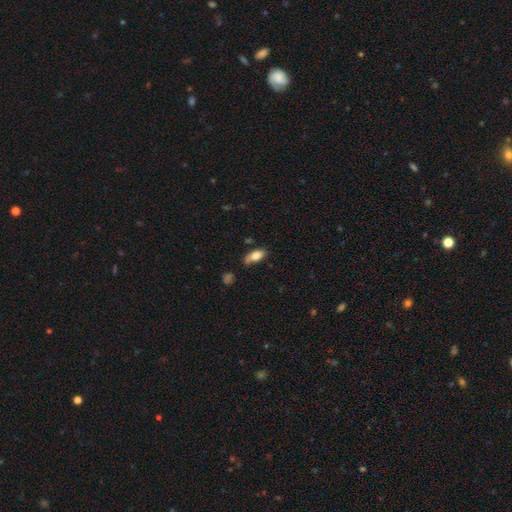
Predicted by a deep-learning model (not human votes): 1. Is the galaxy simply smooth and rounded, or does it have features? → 79% smooth, 14% featured or disk, 7% star or artifact.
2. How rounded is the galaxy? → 85% in between, 12% cigar-shaped, 4% round.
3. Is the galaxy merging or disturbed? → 64% none, 28% minor disturbance, 6% major disturbance, 3% merger.